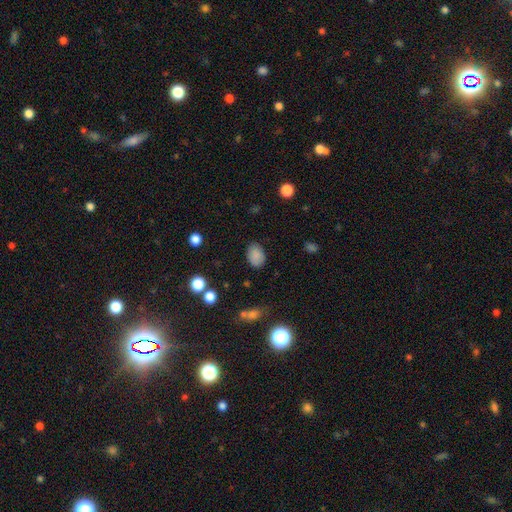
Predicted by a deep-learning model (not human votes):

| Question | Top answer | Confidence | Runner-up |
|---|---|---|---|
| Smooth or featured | smooth | 85% | star or artifact (10%) |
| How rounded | in between | 81% | round (18%) |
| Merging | none | 82% | minor disturbance (13%) |